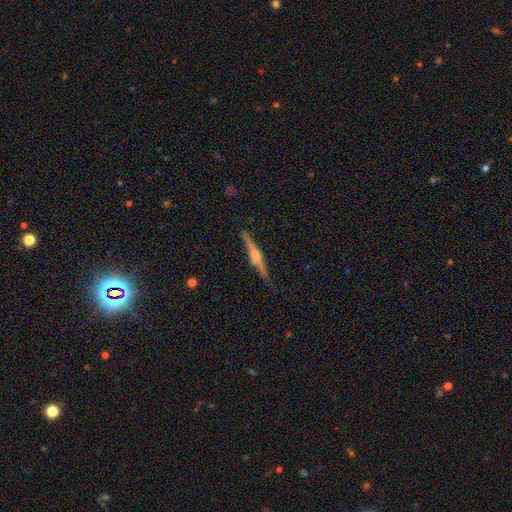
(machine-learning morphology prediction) Q: Smooth or featured?
A: featured or disk (77%); runner-up: smooth (17%)
Q: Edge-on disk?
A: yes (98%); runner-up: no (2%)
Q: Edge-on bulge?
A: rounded (79%); runner-up: boxy (14%)
Q: Merging?
A: none (85%); runner-up: minor disturbance (12%)